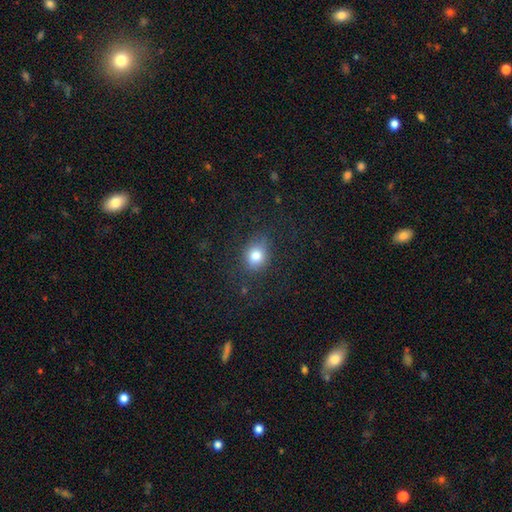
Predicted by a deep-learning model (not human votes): smooth-or-featured: smooth: 81% | star or artifact: 12% | featured or disk: 8%
  how-rounded: round: 59% | in between: 40% | cigar-shaped: 1%
  merging: none: 77% | minor disturbance: 15% | major disturbance: 7% | merger: 2%